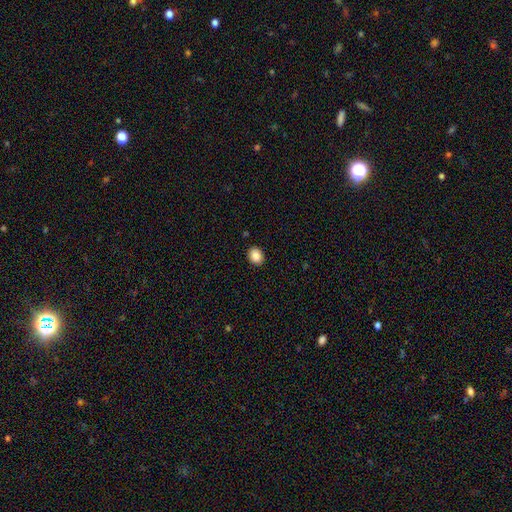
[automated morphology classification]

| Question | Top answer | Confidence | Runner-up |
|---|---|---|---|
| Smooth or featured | smooth | 88% | star or artifact (9%) |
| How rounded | in between | 52% | round (47%) |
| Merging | none | 91% | minor disturbance (7%) |